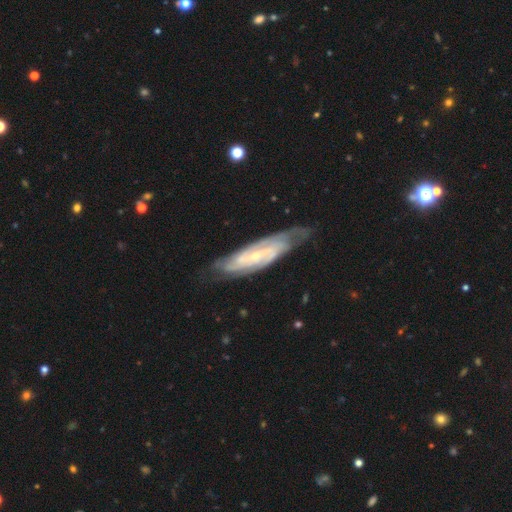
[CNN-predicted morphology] This appears to be a featured or disk galaxy (85%) with no bar (43%), 2 (45%) tight (57%) spiral arms (95%) and a small central bulge (74%). Merging: none (70%).